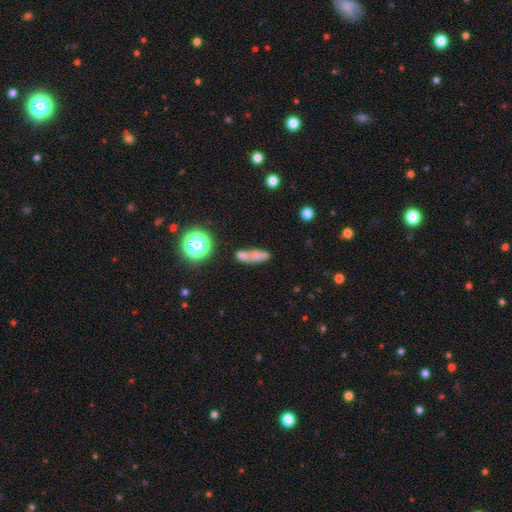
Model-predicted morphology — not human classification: Smooth or featured: smooth — 55% (featured or disk — 29%)
How rounded: in between — 52% (cigar-shaped — 36%)
Merging: none — 42% (merger — 27%)